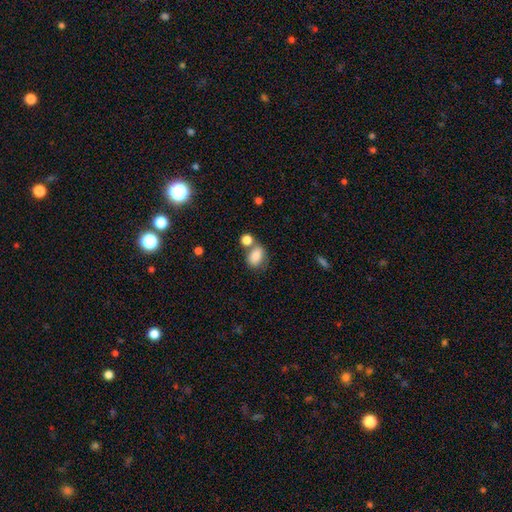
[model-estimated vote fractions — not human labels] Q: Smooth or featured?
A: smooth (81%); runner-up: featured or disk (9%)
Q: How rounded?
A: in between (71%); runner-up: round (27%)
Q: Merging?
A: none (48%); runner-up: merger (32%)